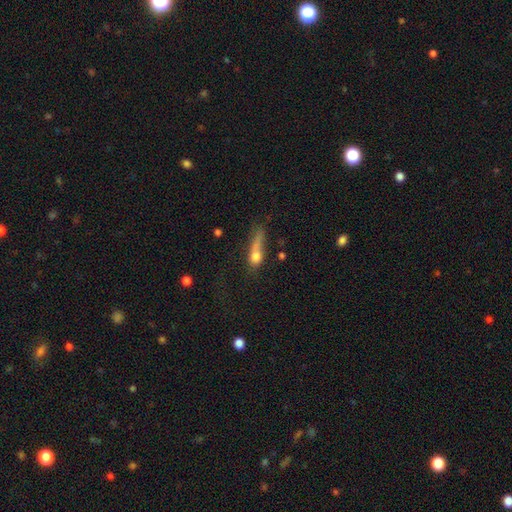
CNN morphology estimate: smooth_or_featured: smooth (p=0.67) [alt: featured or disk p=0.22]
how_rounded: cigar-shaped (p=0.40) [alt: in between p=0.39]
merging: major disturbance (p=0.37) [alt: none p=0.27]